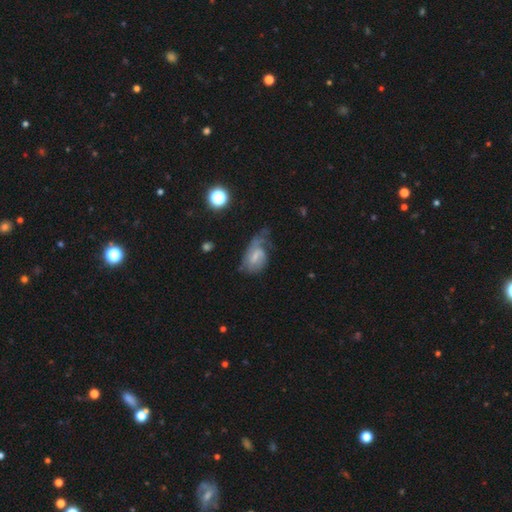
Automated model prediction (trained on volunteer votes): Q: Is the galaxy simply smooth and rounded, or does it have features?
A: featured or disk — 64%.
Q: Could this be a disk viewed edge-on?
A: no — 96%.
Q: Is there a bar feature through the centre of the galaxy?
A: weak — 55%.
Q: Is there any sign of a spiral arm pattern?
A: yes — 83%.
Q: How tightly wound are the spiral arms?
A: medium — 41%.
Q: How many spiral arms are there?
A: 2 — 39%, tied with 1.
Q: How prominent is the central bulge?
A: small — 50%.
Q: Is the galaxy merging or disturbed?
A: major disturbance — 38%.